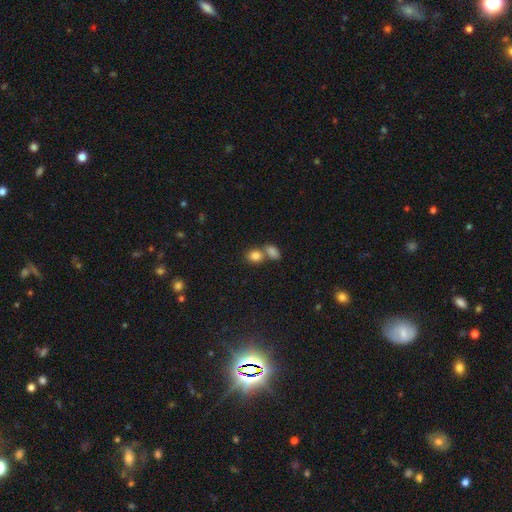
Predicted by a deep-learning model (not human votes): Smooth or featured? smooth (84%)
How rounded? round (52%)
Merging? merger (47%)